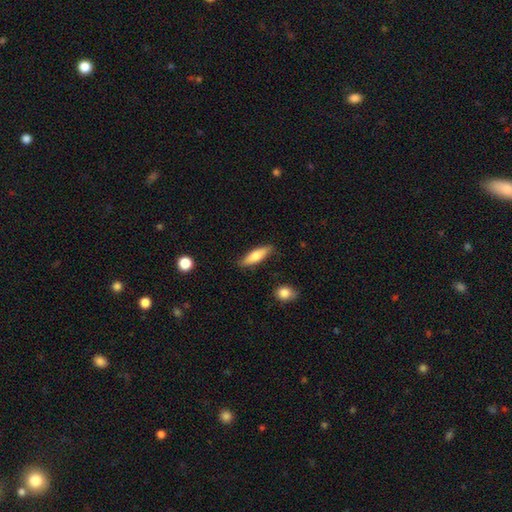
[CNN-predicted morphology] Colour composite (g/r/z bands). It shows a smooth galaxy with no disk features (69%) that is cigar-shaped (57%). Merging: none (84%).